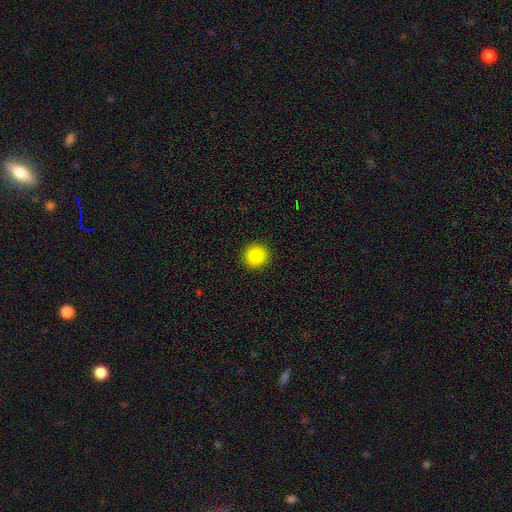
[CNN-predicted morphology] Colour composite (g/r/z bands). It shows a smooth galaxy with no disk features (85%) that is round (94%). Merging: none (93%).